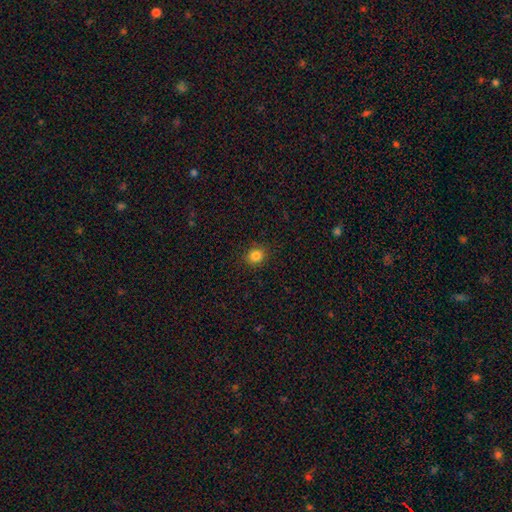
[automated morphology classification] Smooth or featured?
  - smooth: 84% *
  - star or artifact: 12%
  - featured or disk: 5%
How rounded?
  - round: 79% *
  - in between: 20%
  - cigar-shaped: 1%
Merging?
  - none: 89% *
  - minor disturbance: 8%
  - major disturbance: 2%
  - merger: 1%